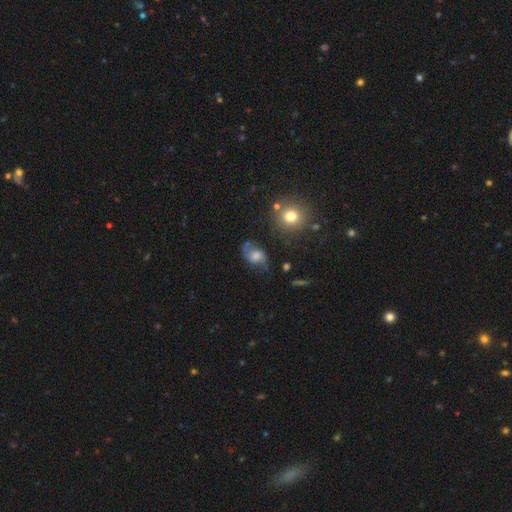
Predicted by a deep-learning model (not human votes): Smooth or featured? featured or disk (52%)
Edge-on disk? no (95%)
Merging? none (55%)